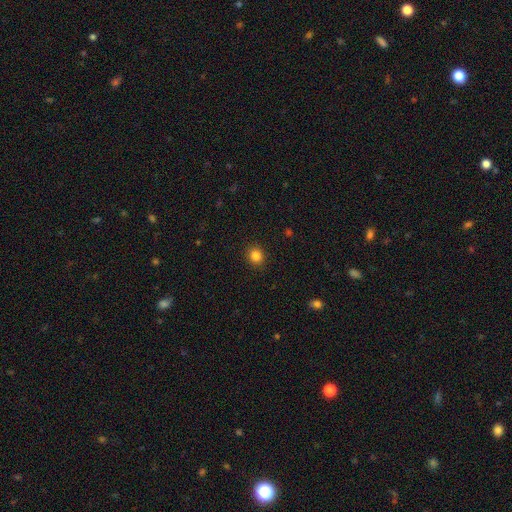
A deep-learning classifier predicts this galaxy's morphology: The model was most divided on "how rounded": round: 79%, in between: 20%, cigar-shaped: 1%. More confident: merging — none (91%); smooth or featured — smooth (85%).